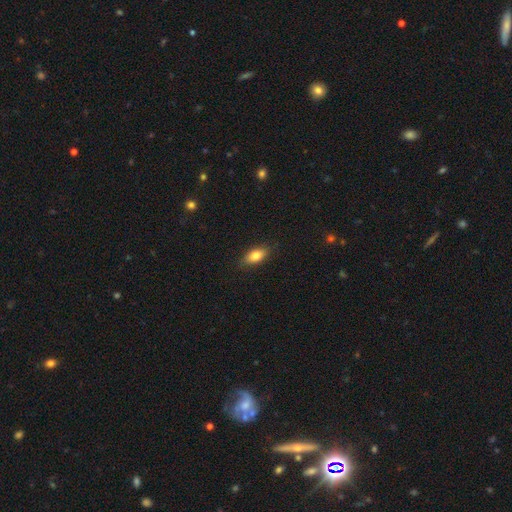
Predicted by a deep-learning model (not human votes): Q: Smooth or featured?
A: smooth (80%); runner-up: featured or disk (13%)
Q: How rounded?
A: in between (85%); runner-up: cigar-shaped (9%)
Q: Merging?
A: none (86%); runner-up: minor disturbance (11%)